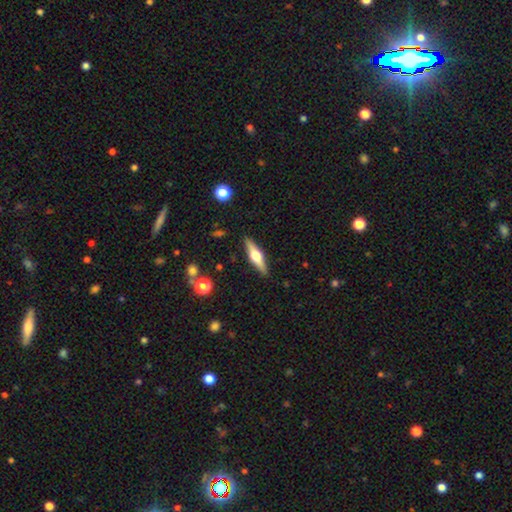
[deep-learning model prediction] Q: Smooth or featured?
A: featured or disk (61%); runner-up: smooth (33%)
Q: Edge-on disk?
A: yes (96%); runner-up: no (4%)
Q: Edge-on bulge?
A: rounded (94%); runner-up: boxy (4%)
Q: Merging?
A: none (90%); runner-up: minor disturbance (7%)